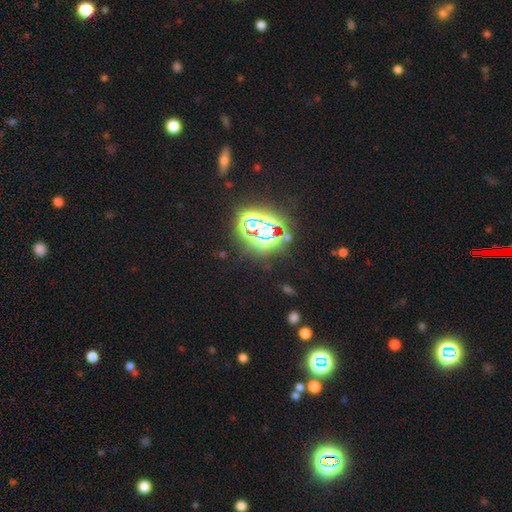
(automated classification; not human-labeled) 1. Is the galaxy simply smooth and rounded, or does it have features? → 80% star or artifact, 13% smooth, 7% featured or disk.